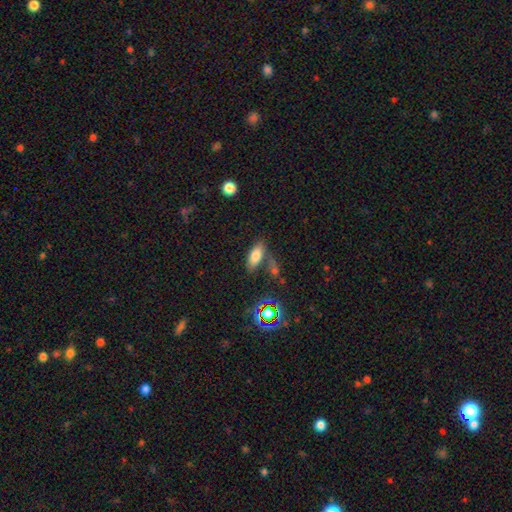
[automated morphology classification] Overall: smooth (74%). How rounded: in between (82%). Merging: none (61%).